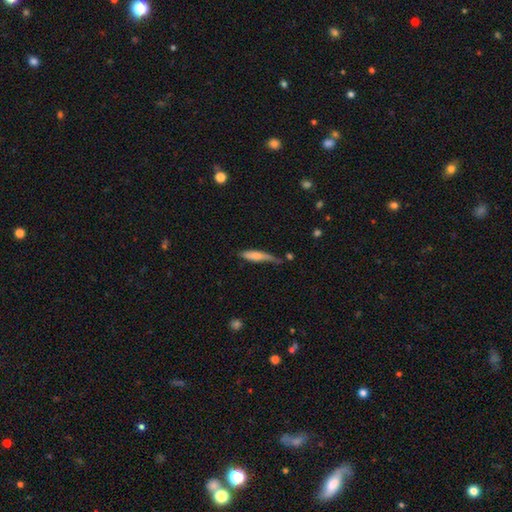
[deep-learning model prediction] A smooth galaxy with no disk features (68%) that is cigar-shaped (76%). Merging: none (44%).